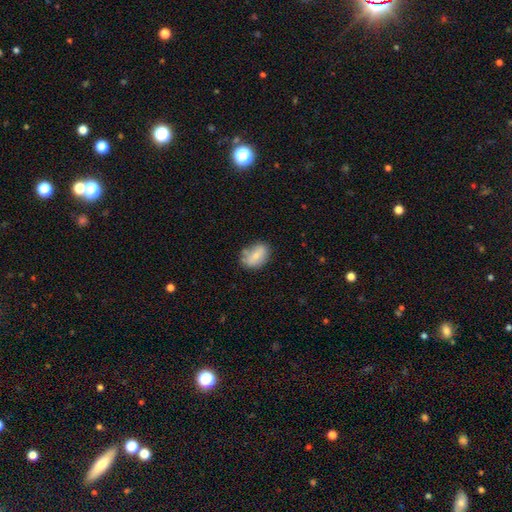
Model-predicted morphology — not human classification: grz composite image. It shows a smooth galaxy with no disk features (69%) that is in between round and cigar-shaped (81%). Merging: none (62%).